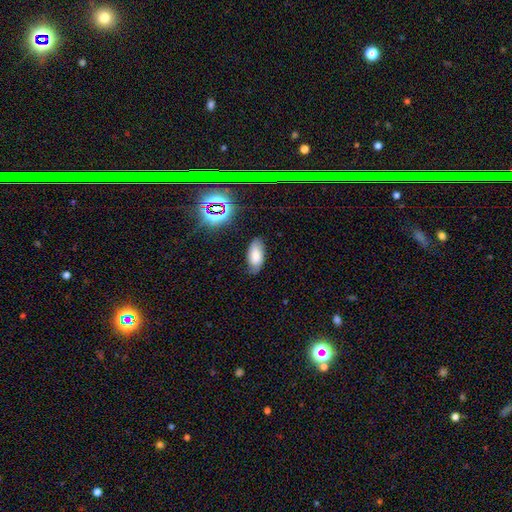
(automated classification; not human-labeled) smooth 70%, featured or disk 17%, star or artifact 13%. Down the decision tree: how rounded — in between (91%); merging — none (74%).